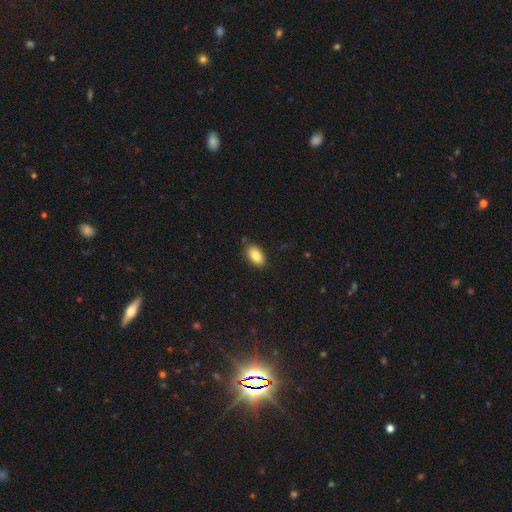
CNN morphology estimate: Smooth or featured: smooth — 85% (featured or disk — 7%)
How rounded: in between — 93% (round — 4%)
Merging: none — 86% (minor disturbance — 10%)